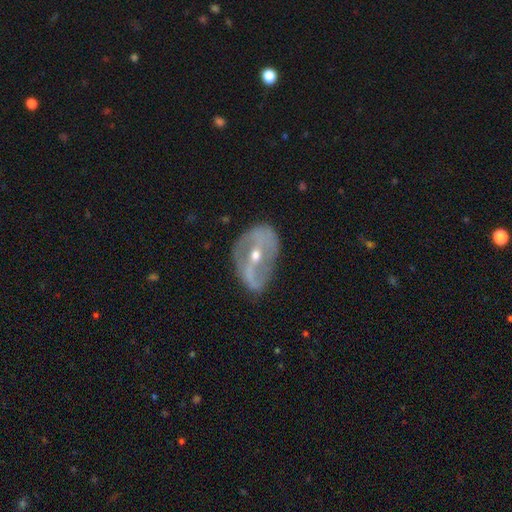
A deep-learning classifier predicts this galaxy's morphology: Smooth or featured: featured or disk — 83% (smooth — 11%)
Edge-on disk: no — 93% (yes — 7%)
Bar: strong — 54% (weak — 29%)
Spiral arms: yes — 76% (no — 24%)
Spiral winding: loose — 39% (medium — 38%)
Spiral arm count: 2 — 74% (can't tell — 13%)
Bulge size: moderate — 51% (small — 46%)
Merging: none — 62% (minor disturbance — 24%)